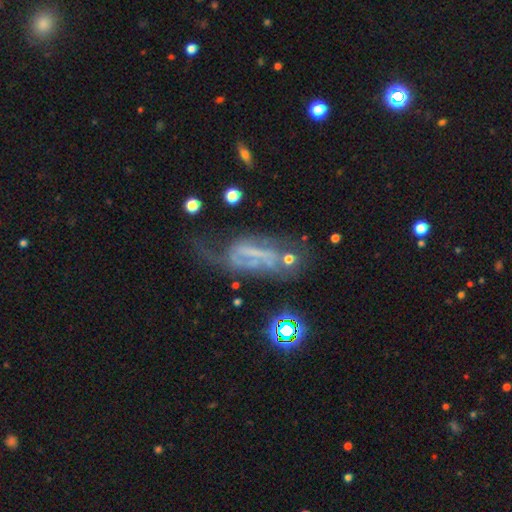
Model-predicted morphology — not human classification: A featured or disk galaxy (64%) with a strong bar (37%), spiral arms (58%) and no central bulge (67%).

Vote fractions:
- Smooth or featured? featured or disk: 64% / smooth: 19% / star or artifact: 17%
- Edge-on disk? no: 85% / yes: 15%
- Bar? strong: 37% / no: 36% / weak: 27%
- Spiral arms? yes: 58% / no: 42%
- Bulge size? none: 67% / small: 21% / moderate: 8% / large: 2% / dominant: 1%
- Merging? major disturbance: 37% / none: 32% / minor disturbance: 21% / merger: 10%